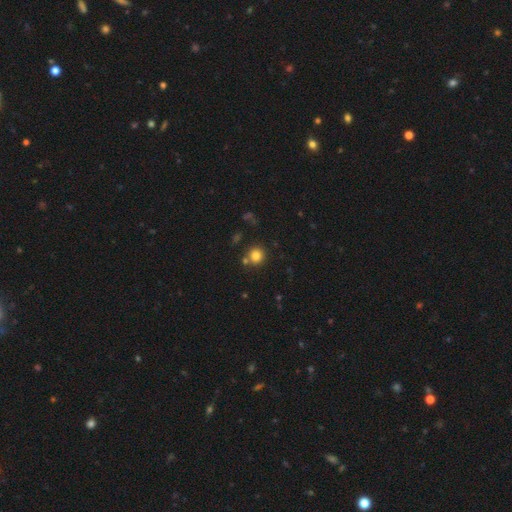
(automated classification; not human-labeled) Smooth or featured: smooth — 82% (star or artifact — 12%)
How rounded: round — 91% (in between — 8%)
Merging: none — 76% (merger — 12%)